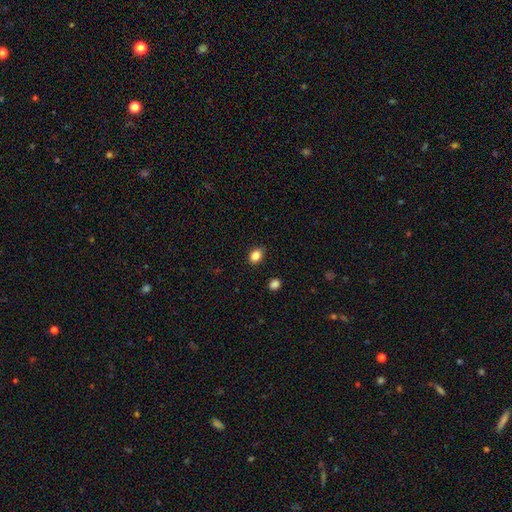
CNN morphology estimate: Smooth or featured? smooth (85%)
How rounded? in between (66%)
Merging? none (87%)